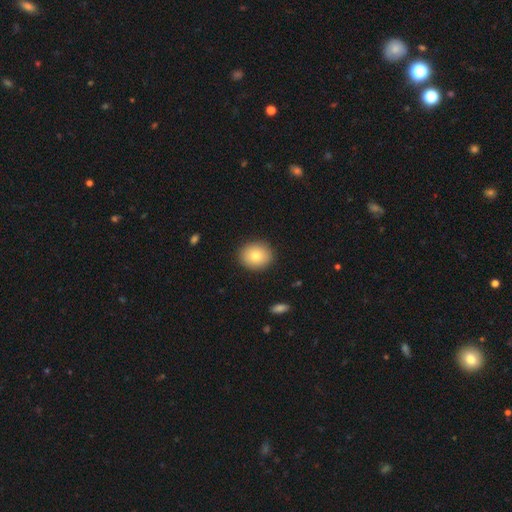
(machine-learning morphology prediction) A smooth galaxy with no disk features (80%) that is round (72%).

Vote fractions:
- Smooth or featured? smooth: 80% / featured or disk: 11% / star or artifact: 8%
- How rounded? round: 72% / in between: 27% / cigar-shaped: 1%
- Merging? none: 90% / minor disturbance: 7% / major disturbance: 2% / merger: 1%